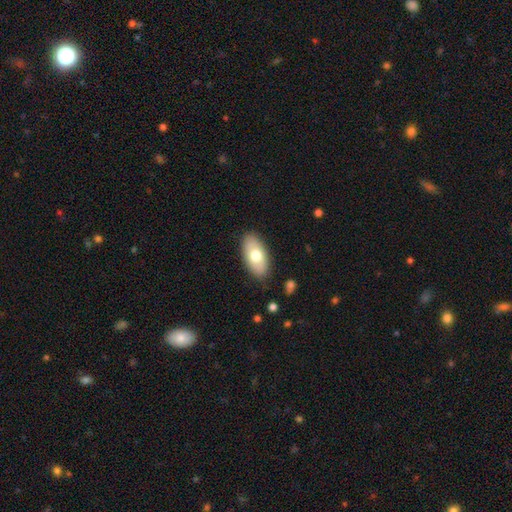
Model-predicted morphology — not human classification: type=smooth (70%); roundness=in between (93%); merging=none (87%).